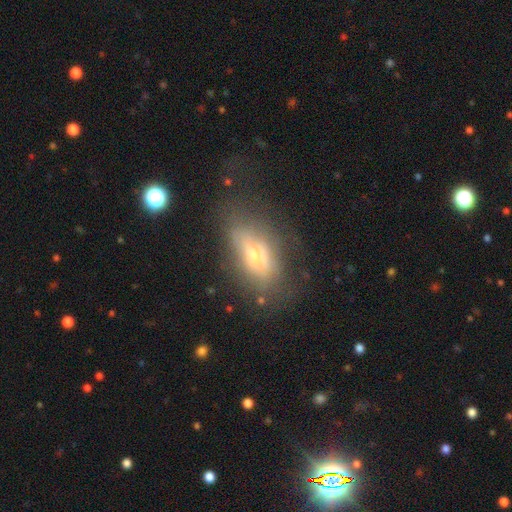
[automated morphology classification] This appears to be a featured or disk galaxy (50%). Merging: none (53%).